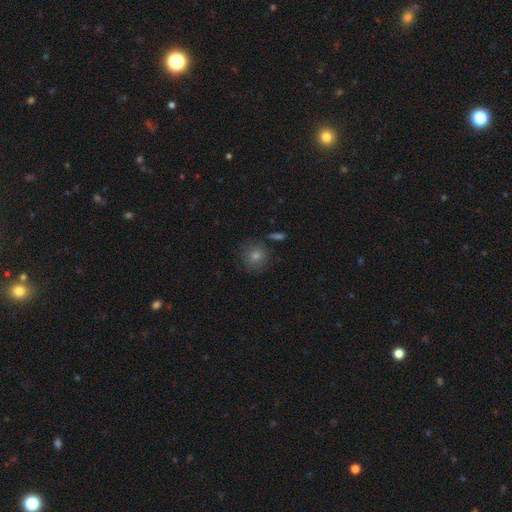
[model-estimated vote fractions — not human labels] Smooth or featured: smooth — 70% (star or artifact — 17%)
How rounded: round — 91% (in between — 8%)
Merging: none — 82% (minor disturbance — 11%)